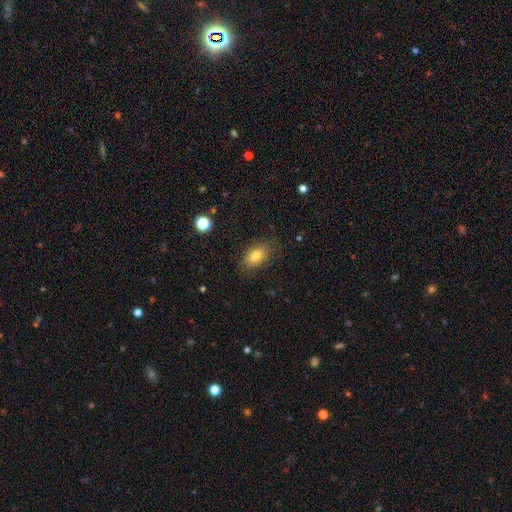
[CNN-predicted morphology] The model was most divided on "merging": none: 82%, minor disturbance: 13%, major disturbance: 4%, merger: 1%. More confident: how rounded — in between (87%); smooth or featured — smooth (80%).